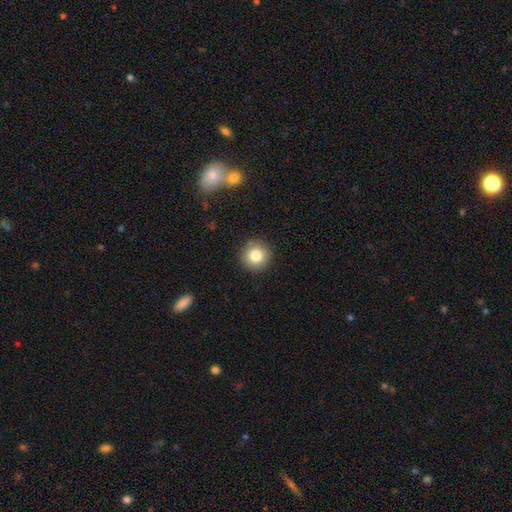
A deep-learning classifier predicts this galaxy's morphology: type=smooth (82%); roundness=round (94%); merging=none (89%).